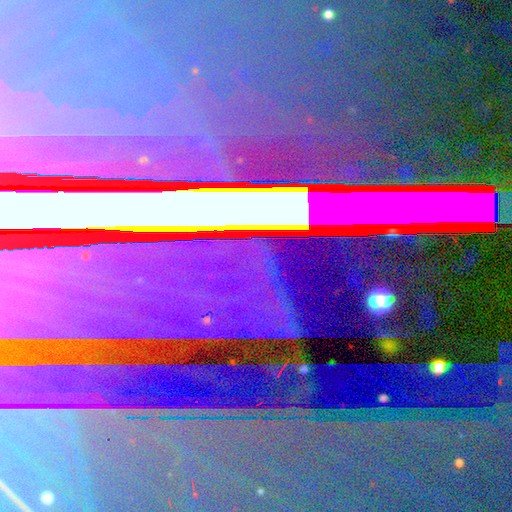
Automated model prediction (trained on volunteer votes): star or artifact 79%, featured or disk 13%, smooth 8%.